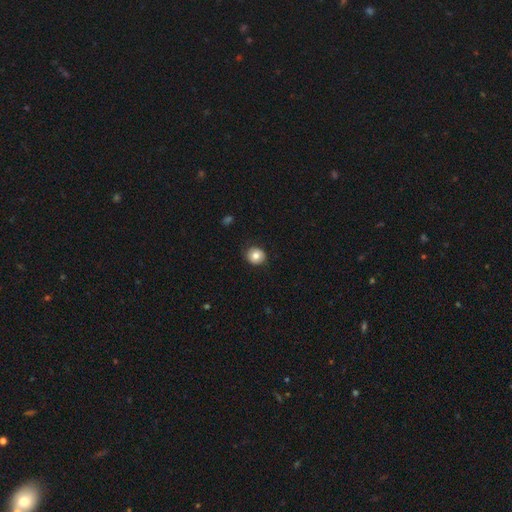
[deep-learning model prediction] This appears to be a smooth galaxy with no disk features (79%) that is round (84%). Merging: none (87%).